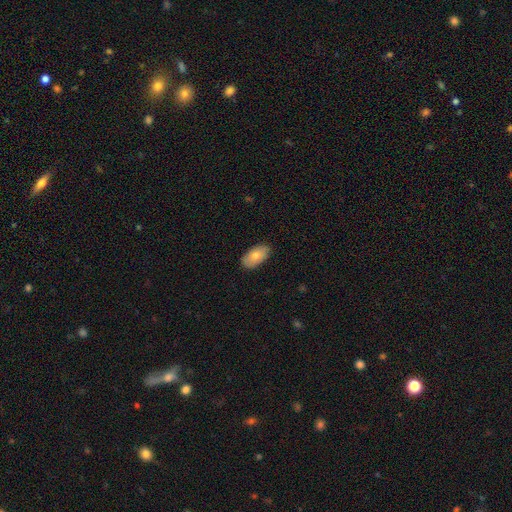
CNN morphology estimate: Smooth or featured: smooth — 76% (featured or disk — 18%)
How rounded: in between — 94% (round — 4%)
Merging: none — 85% (minor disturbance — 12%)